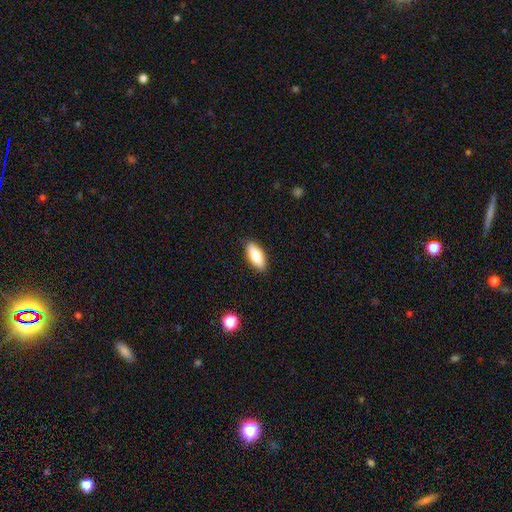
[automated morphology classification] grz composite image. It shows a smooth galaxy with no disk features (80%) that is in between round and cigar-shaped (85%). Merging: none (89%).